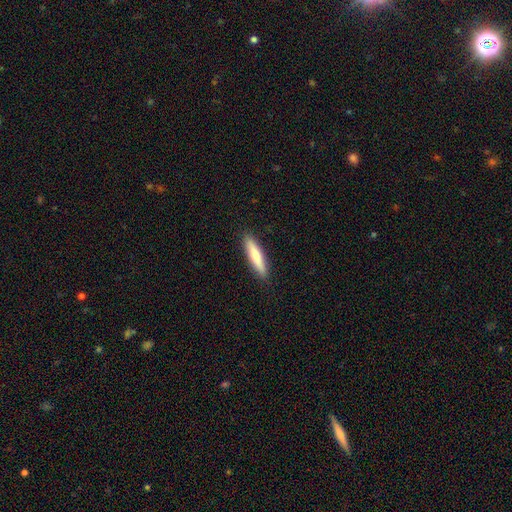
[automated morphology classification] Q: Smooth or featured?
A: smooth (73%); runner-up: featured or disk (22%)
Q: How rounded?
A: cigar-shaped (84%); runner-up: in between (15%)
Q: Merging?
A: none (91%); runner-up: minor disturbance (7%)